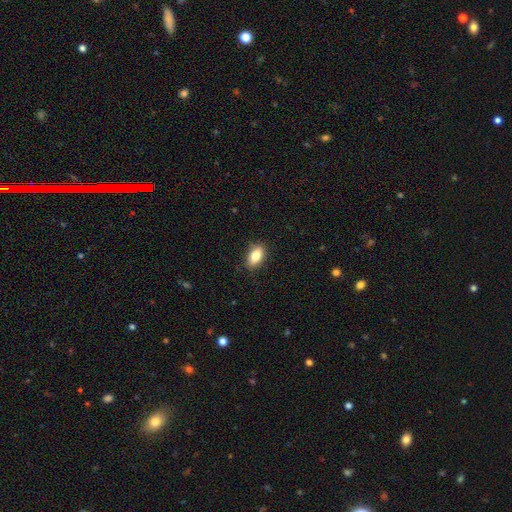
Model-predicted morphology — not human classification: smooth 83%, featured or disk 10%, star or artifact 7%. Down the decision tree: how rounded — in between (89%); merging — none (84%).